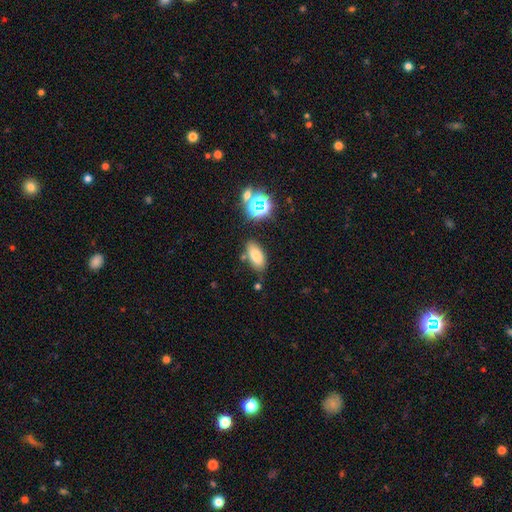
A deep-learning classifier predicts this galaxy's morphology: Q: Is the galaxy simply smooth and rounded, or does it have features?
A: smooth — 75%.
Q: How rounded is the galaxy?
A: in between — 88%.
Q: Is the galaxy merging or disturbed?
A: none — 76%.